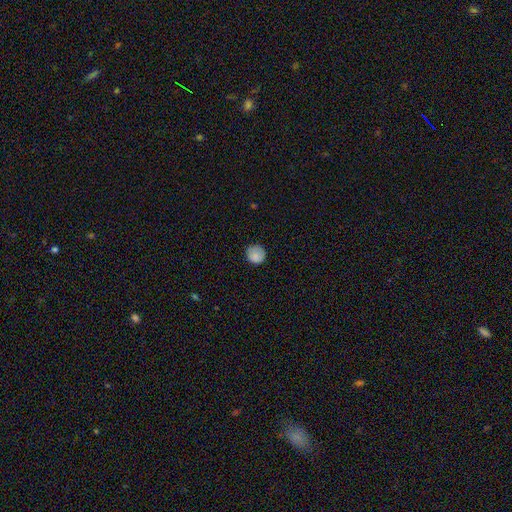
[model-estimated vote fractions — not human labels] Smooth or featured?
  - smooth: 85% *
  - star or artifact: 9%
  - featured or disk: 7%
How rounded?
  - round: 91% *
  - in between: 8%
  - cigar-shaped: 1%
Merging?
  - none: 80% *
  - minor disturbance: 15%
  - major disturbance: 3%
  - merger: 1%